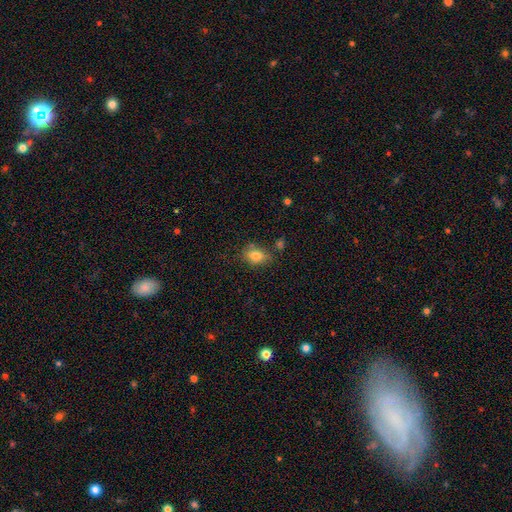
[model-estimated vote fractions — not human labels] A smooth galaxy with no disk features (79%) that is in between round and cigar-shaped (73%).

Vote fractions:
- Smooth or featured? smooth: 79% / featured or disk: 12% / star or artifact: 10%
- How rounded? in between: 73% / round: 25% / cigar-shaped: 2%
- Merging? none: 70% / minor disturbance: 20% / merger: 5% / major disturbance: 5%